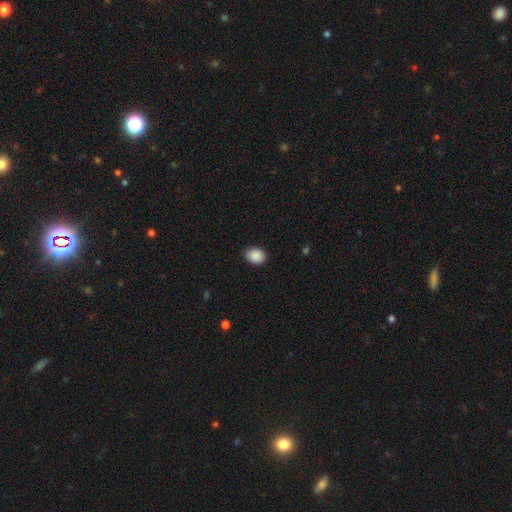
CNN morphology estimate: A smooth galaxy with no disk features (90%) that is in between round and cigar-shaped (66%).

Vote fractions:
- Smooth or featured? smooth: 90% / star or artifact: 8% / featured or disk: 3%
- How rounded? in between: 66% / round: 33% / cigar-shaped: 1%
- Merging? none: 86% / minor disturbance: 11% / major disturbance: 2% / merger: 1%